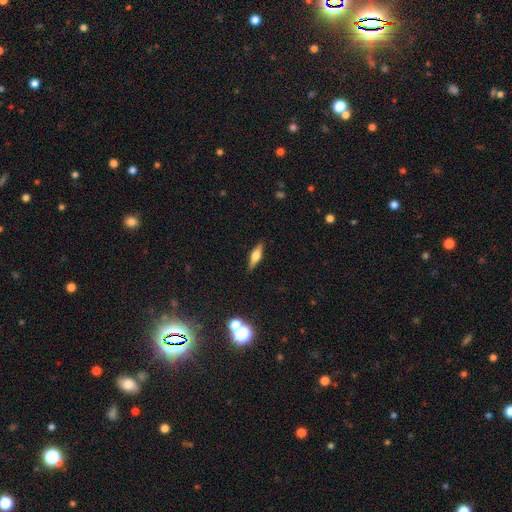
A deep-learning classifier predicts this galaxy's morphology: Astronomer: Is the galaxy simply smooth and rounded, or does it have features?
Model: featured or disk — 48% (runner-up: smooth, 44%).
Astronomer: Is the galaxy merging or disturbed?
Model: none — 88%.